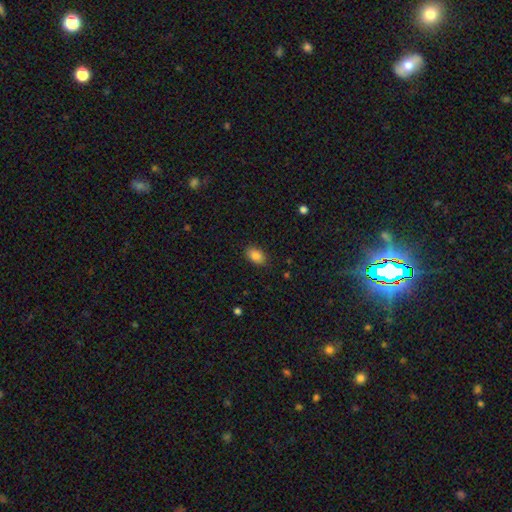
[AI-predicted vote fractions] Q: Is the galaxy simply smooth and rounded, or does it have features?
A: smooth — 85%.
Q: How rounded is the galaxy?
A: in between — 89%.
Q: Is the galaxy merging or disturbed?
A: none — 87%.